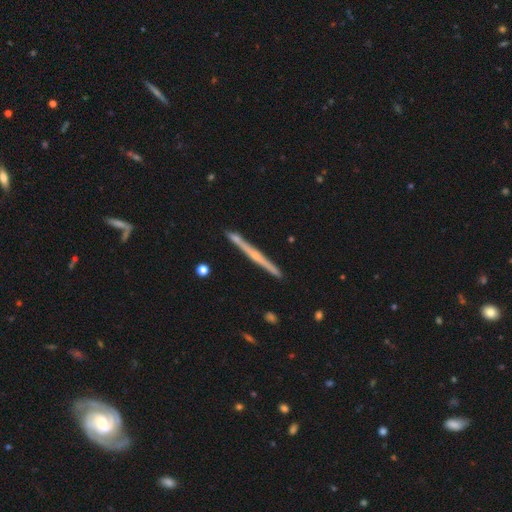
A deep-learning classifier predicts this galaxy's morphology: A featured or disk galaxy (71%) viewed edge-on (98%) with a rounded central bulge (46%, tied with none).

Vote fractions:
- Smooth or featured? featured or disk: 71% / smooth: 24% / star or artifact: 5%
- Edge-on disk? yes: 98% / no: 2%
- Edge-on bulge? rounded: 46% (tied) / none: 46% (tied) / boxy: 9%
- Merging? none: 88% / minor disturbance: 8% / merger: 2% / major disturbance: 2%